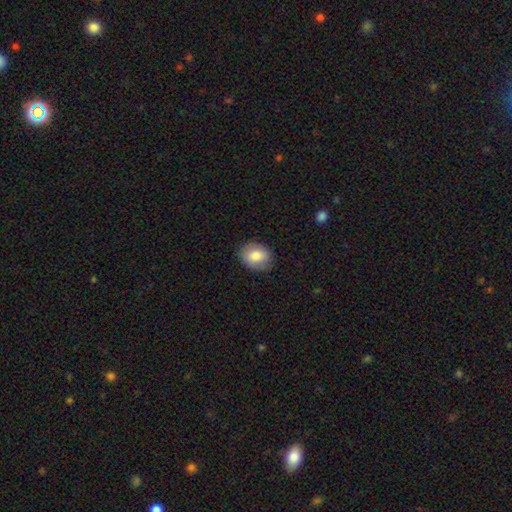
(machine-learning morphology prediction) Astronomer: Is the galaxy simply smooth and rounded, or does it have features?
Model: smooth — 82%.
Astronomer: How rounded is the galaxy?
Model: in between — 60% (runner-up: round, 40%).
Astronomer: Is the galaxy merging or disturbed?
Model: none — 85%.